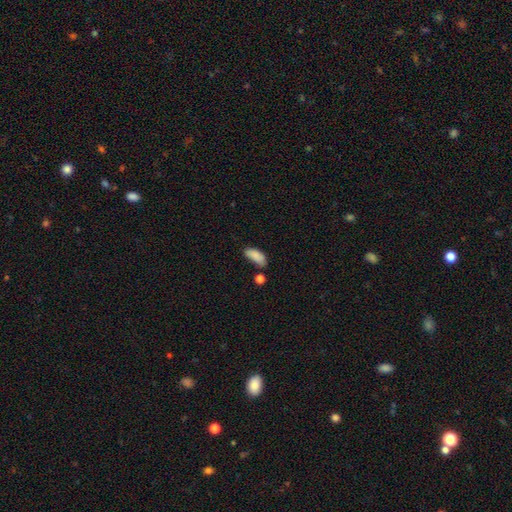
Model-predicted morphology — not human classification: Smooth or featured?
  - smooth: 86% *
  - star or artifact: 8%
  - featured or disk: 6%
How rounded?
  - in between: 84% *
  - cigar-shaped: 14%
  - round: 3%
Merging?
  - none: 59% *
  - minor disturbance: 25%
  - merger: 9%
  - major disturbance: 6%